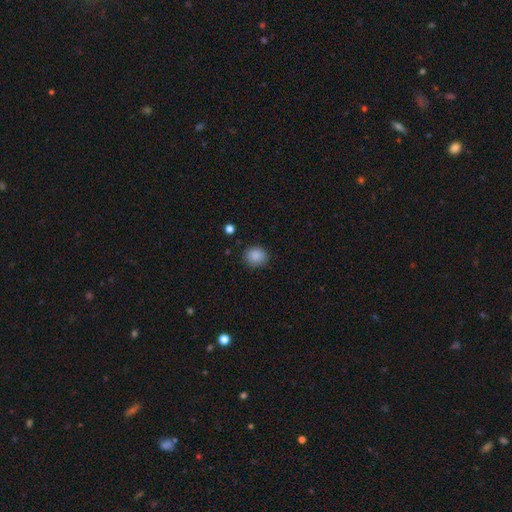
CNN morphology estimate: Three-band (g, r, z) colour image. It shows a smooth galaxy with no disk features (88%) that is round (77%). Merging: none (86%).